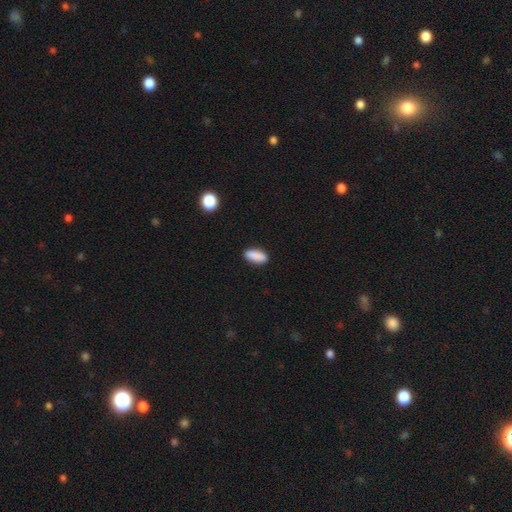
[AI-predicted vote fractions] A smooth galaxy with no disk features (89%) that is in between round and cigar-shaped (83%).

Vote fractions:
- Smooth or featured? smooth: 89% / star or artifact: 7% / featured or disk: 4%
- How rounded? in between: 83% / cigar-shaped: 14% / round: 2%
- Merging? none: 89% / minor disturbance: 8% / major disturbance: 2% / merger: 1%